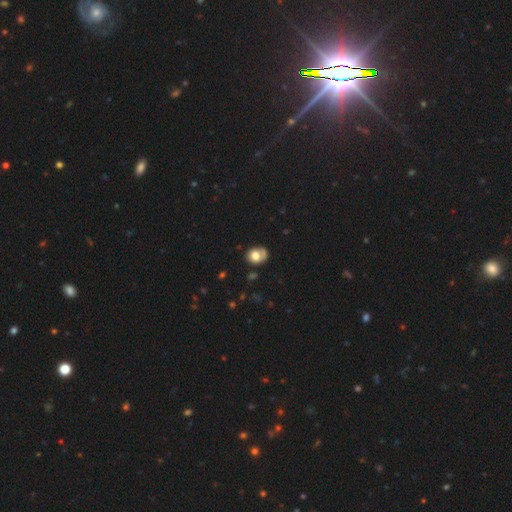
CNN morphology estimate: smooth-or-featured: smooth: 71% | featured or disk: 21% | star or artifact: 9%
  how-rounded: round: 59% | in between: 40% | cigar-shaped: 1%
  merging: none: 56% | minor disturbance: 27% | major disturbance: 10% | merger: 7%